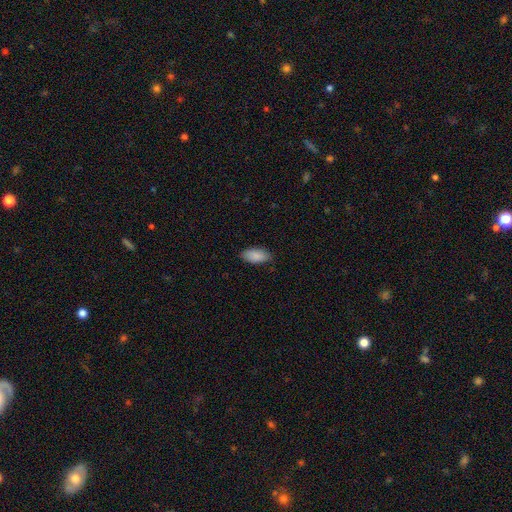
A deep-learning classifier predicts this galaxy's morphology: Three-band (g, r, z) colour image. It shows a smooth galaxy with no disk features (89%) that is in between round and cigar-shaped (91%). Merging: none (84%).